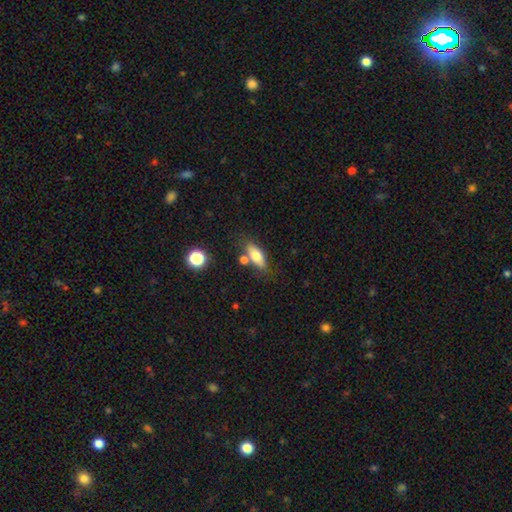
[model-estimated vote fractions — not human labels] A smooth galaxy with no disk features (69%) that is in between round and cigar-shaped (71%).

Vote fractions:
- Smooth or featured? smooth: 69% / featured or disk: 23% / star or artifact: 8%
- How rounded? in between: 71% / cigar-shaped: 24% / round: 5%
- Merging? none: 68% / minor disturbance: 14% / merger: 14% / major disturbance: 4%